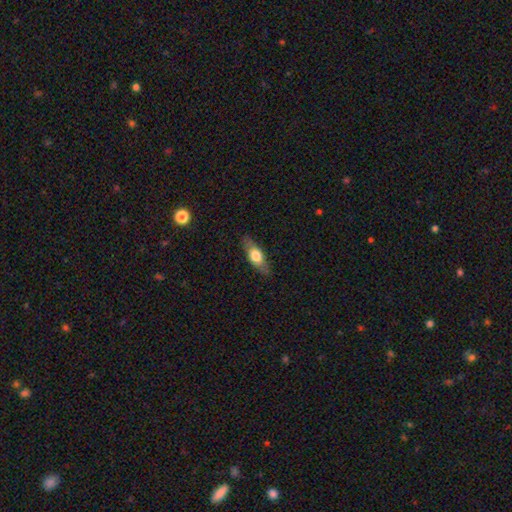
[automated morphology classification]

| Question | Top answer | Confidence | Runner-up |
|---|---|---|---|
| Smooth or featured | smooth | 59% | featured or disk (35%) |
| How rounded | in between | 61% | cigar-shaped (35%) |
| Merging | none | 85% | minor disturbance (11%) |